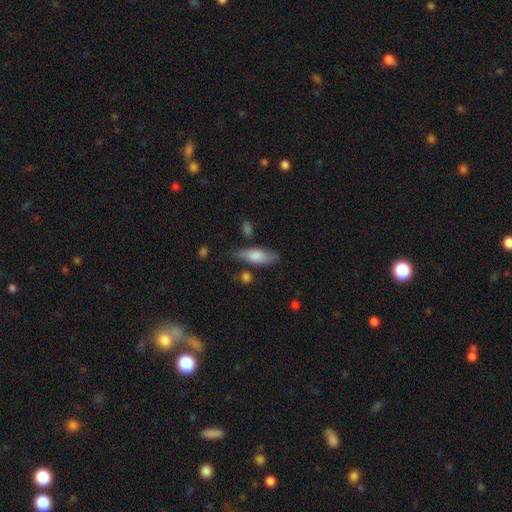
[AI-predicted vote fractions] This appears to be a smooth galaxy with no disk features (62%) that is in between round and cigar-shaped (53%). Merging: none (71%).